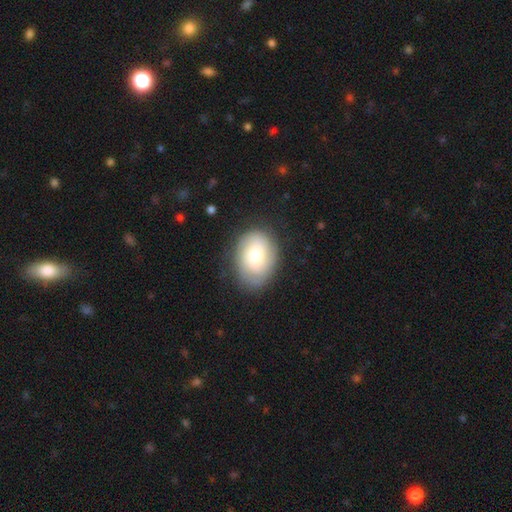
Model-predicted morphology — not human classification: smooth-or-featured: smooth: 65% | featured or disk: 27% | star or artifact: 8%
  how-rounded: in between: 69% | round: 30% | cigar-shaped: 1%
  merging: none: 75% | minor disturbance: 17% | major disturbance: 7% | merger: 1%